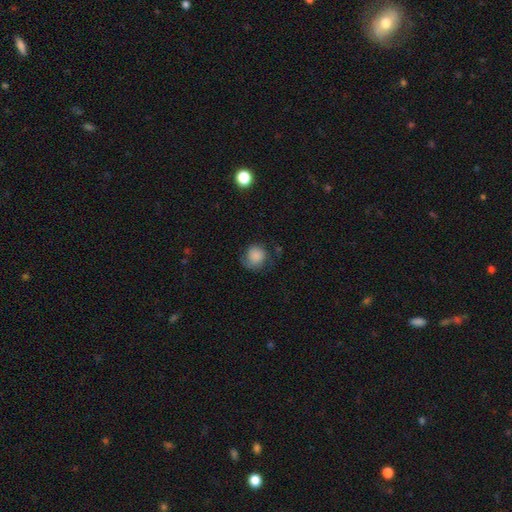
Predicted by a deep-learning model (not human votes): A smooth galaxy with no disk features (73%) that is round (82%).

Vote fractions:
- Smooth or featured? smooth: 73% / featured or disk: 18% / star or artifact: 9%
- How rounded? round: 82% / in between: 17% / cigar-shaped: 1%
- Merging? none: 57% / minor disturbance: 27% / major disturbance: 14% / merger: 2%